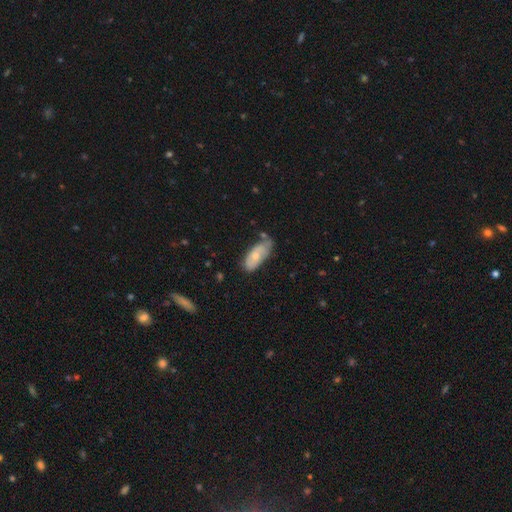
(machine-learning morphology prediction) Overall: smooth (61%; featured or disk 33%). How rounded: in between (86%). Merging: none (49%; minor disturbance 36%).